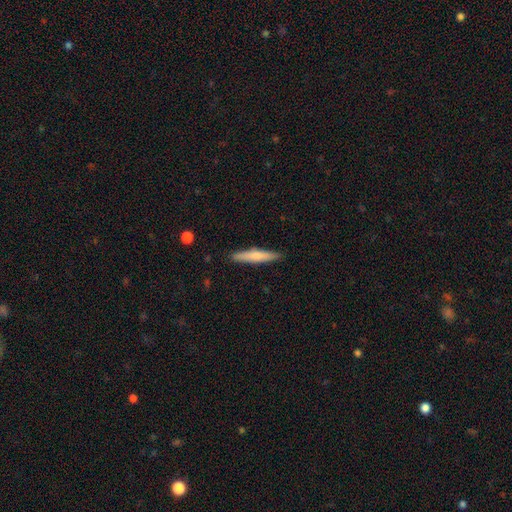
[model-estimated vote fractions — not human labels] This appears to be a smooth galaxy with no disk features (66%) that is cigar-shaped (92%). Merging: none (90%).